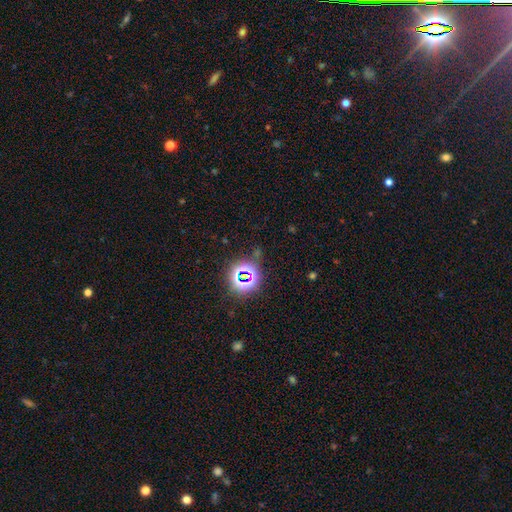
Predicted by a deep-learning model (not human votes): smooth_or_featured: star or artifact (p=0.76) [alt: smooth p=0.16]